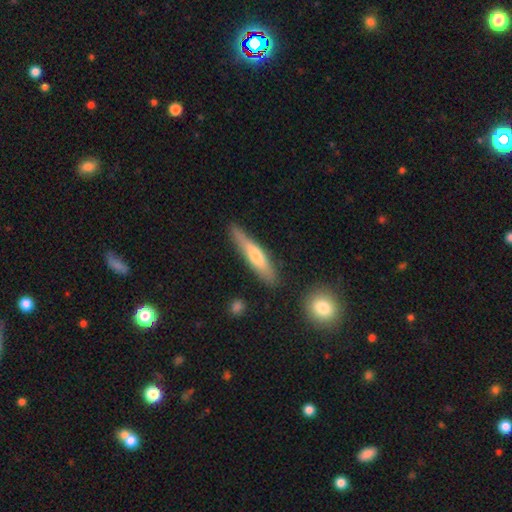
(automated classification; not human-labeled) Smooth or featured?
  - smooth: 51% *
  - featured or disk: 43%
  - star or artifact: 6%
How rounded?
  - cigar-shaped: 87% *
  - in between: 11%
  - round: 2%
Merging?
  - none: 80% *
  - minor disturbance: 15%
  - merger: 3%
  - major disturbance: 3%